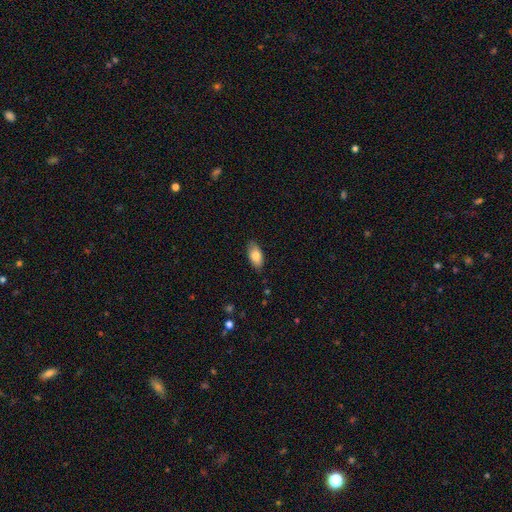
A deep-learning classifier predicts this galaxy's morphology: Smooth or featured? Predicted: smooth (p=0.83). How rounded? Predicted: in between (p=0.92). Merging? Predicted: none (p=0.84).